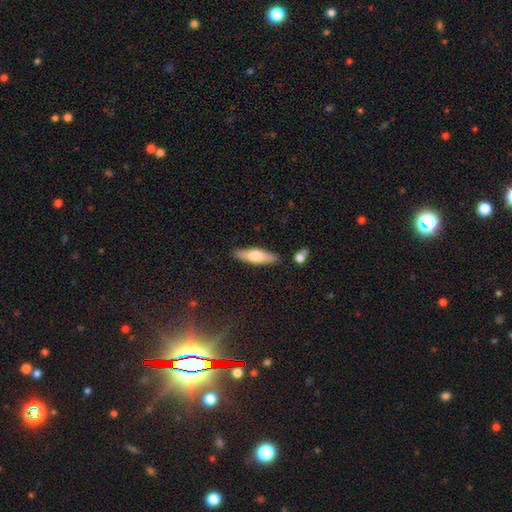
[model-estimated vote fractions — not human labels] This is likely a smooth galaxy (62%). How rounded: likely cigar-shaped (63%). Merging: clearly none (85%).